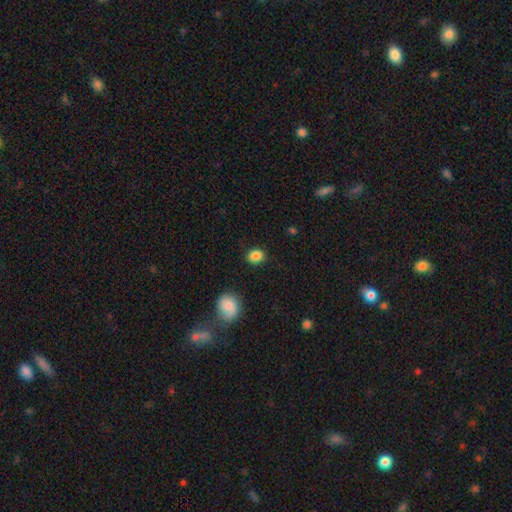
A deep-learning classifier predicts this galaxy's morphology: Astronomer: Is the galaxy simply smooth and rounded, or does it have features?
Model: smooth — 86%.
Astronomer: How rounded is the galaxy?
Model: round — 53% (runner-up: in between, 46%).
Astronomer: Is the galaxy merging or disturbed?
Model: none — 87%.